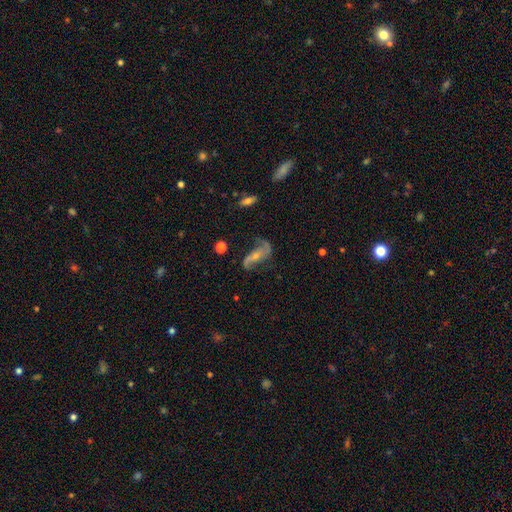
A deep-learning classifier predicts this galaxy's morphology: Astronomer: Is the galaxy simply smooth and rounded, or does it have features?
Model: featured or disk — 82%.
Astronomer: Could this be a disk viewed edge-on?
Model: no — 94%.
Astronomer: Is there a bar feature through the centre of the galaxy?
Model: no — 48% (runner-up: weak, 31%).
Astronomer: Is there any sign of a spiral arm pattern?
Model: yes — 93%.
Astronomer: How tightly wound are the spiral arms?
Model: loose — 78%.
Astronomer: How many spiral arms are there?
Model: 2 — 91%.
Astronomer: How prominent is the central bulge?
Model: small — 65%.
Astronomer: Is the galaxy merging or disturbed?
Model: none — 60%.